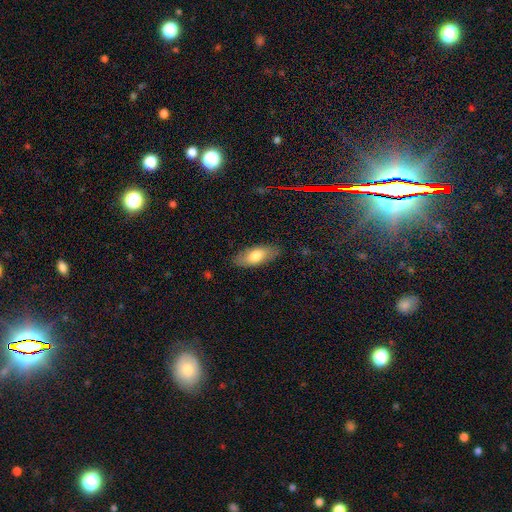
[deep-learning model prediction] smooth 73%, featured or disk 20%, star or artifact 7%. Down the decision tree: how rounded — in between (84%); merging — none (85%).